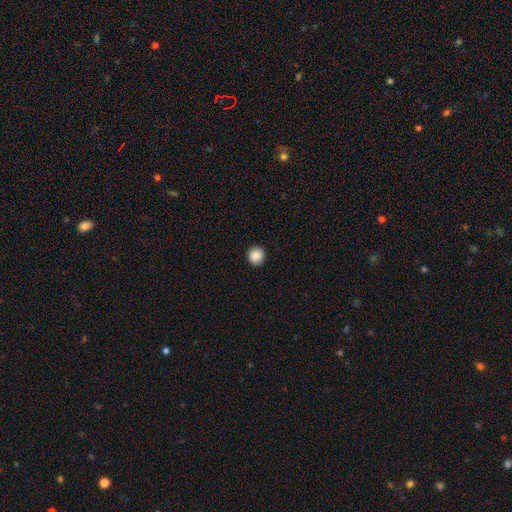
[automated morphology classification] A smooth galaxy with no disk features (88%) that is round (94%).

Vote fractions:
- Smooth or featured? smooth: 88% / star or artifact: 9% / featured or disk: 3%
- How rounded? round: 94% / in between: 5% / cigar-shaped: 1%
- Merging? none: 92% / minor disturbance: 5% / major disturbance: 2% / merger: 1%